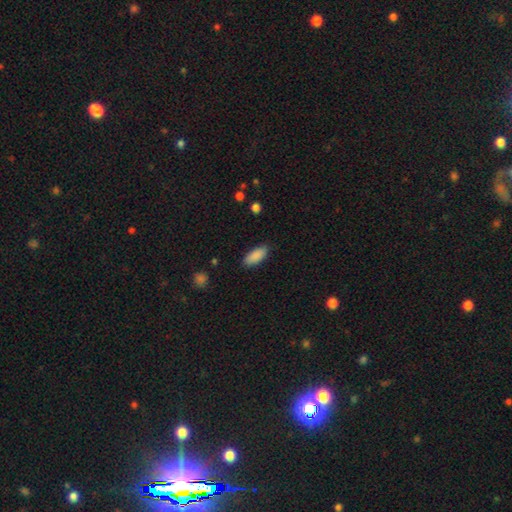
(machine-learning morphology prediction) Overall: smooth (89%). How rounded: in between (84%). Merging: none (86%).